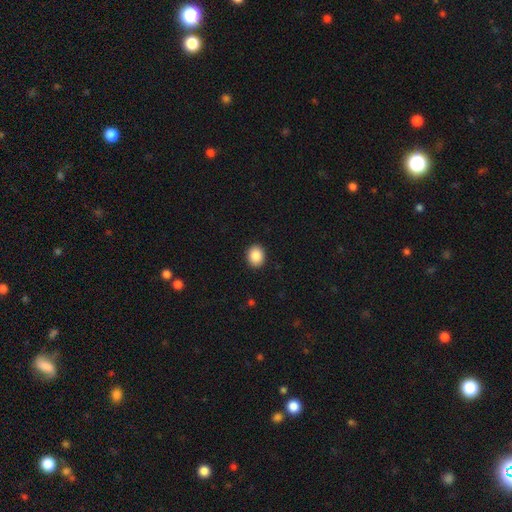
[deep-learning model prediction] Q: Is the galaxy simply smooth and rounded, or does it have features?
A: smooth — 88%.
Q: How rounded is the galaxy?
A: round — 55%.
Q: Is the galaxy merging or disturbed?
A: none — 92%.